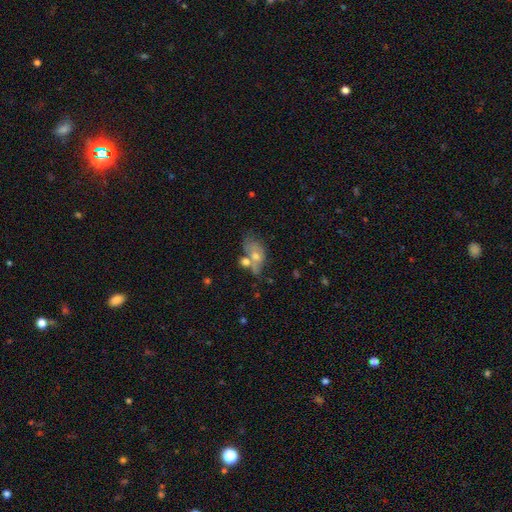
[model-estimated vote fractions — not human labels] The model was most divided on "merging": merger: 39%, none: 26%, minor disturbance: 18%, major disturbance: 16%. More confident: how rounded — in between (81%); smooth or featured — smooth (52%).